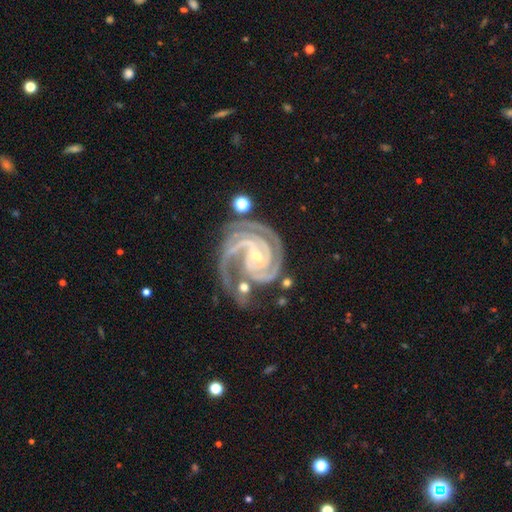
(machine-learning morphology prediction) A featured or disk galaxy (94%) with no bar (39%), 3 (44%) tight (77%) spiral arms (99%) and a small central bulge (76%).

Vote fractions:
- Smooth or featured? featured or disk: 94% / star or artifact: 4% / smooth: 2%
- Edge-on disk? no: 98% / yes: 2%
- Bar? no: 39% / weak: 33% / strong: 27%
- Spiral arms? yes: 99% / no: 1%
- Spiral winding? tight: 77% / medium: 21% / loose: 2%
- Spiral arm count? 3: 44% / 2: 26% / 4: 15% / can't tell: 6% / more than 4: 5% / 1: 4%
- Bulge size? small: 76% / moderate: 20% / none: 2% / large: 1% / dominant: 1%
- Merging? none: 56% / minor disturbance: 21% / major disturbance: 11% / merger: 11%